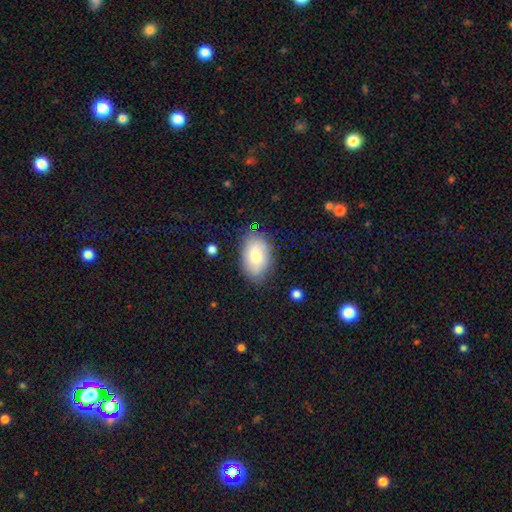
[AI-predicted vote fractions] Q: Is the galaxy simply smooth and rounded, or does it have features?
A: smooth — 76%.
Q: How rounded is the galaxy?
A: in between — 91%.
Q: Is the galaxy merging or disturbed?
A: none — 81%.